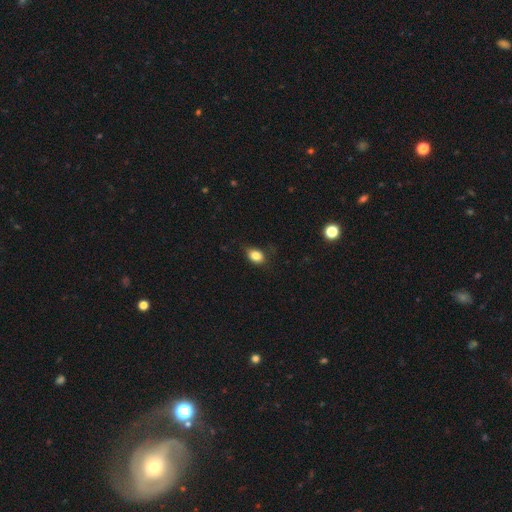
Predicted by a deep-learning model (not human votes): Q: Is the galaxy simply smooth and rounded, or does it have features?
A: smooth — 83%.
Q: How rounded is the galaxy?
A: in between — 71%.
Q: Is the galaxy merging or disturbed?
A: none — 75%.